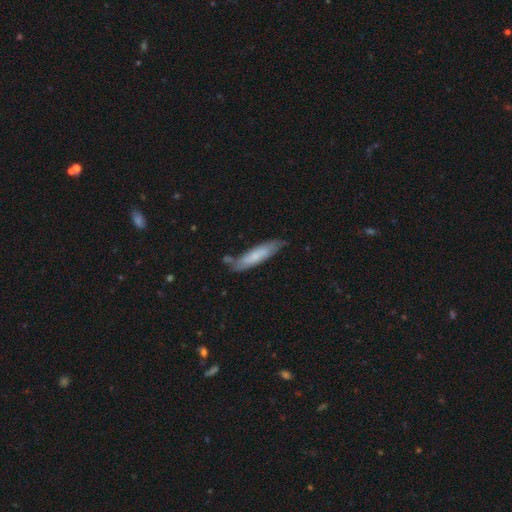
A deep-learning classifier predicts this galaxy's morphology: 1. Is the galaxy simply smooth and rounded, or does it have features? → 60% smooth, 34% featured or disk, 6% star or artifact.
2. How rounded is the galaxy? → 76% cigar-shaped, 23% in between, 1% round.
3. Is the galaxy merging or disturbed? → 65% none, 23% minor disturbance, 6% merger, 5% major disturbance.